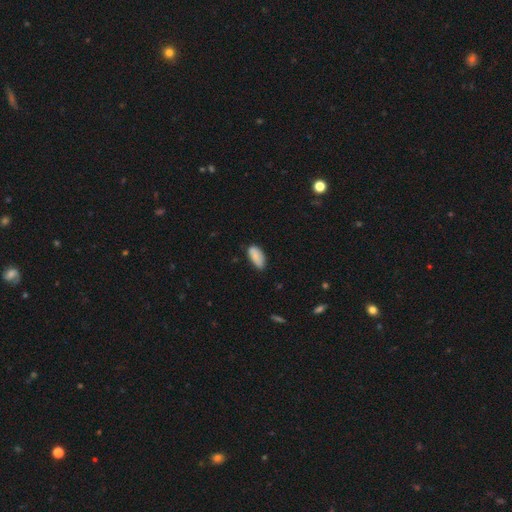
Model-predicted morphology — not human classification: smooth_or_featured: smooth (p=0.85) [alt: featured or disk p=0.09]
how_rounded: in between (p=0.90) [alt: cigar-shaped p=0.08]
merging: none (p=0.71) [alt: minor disturbance p=0.23]